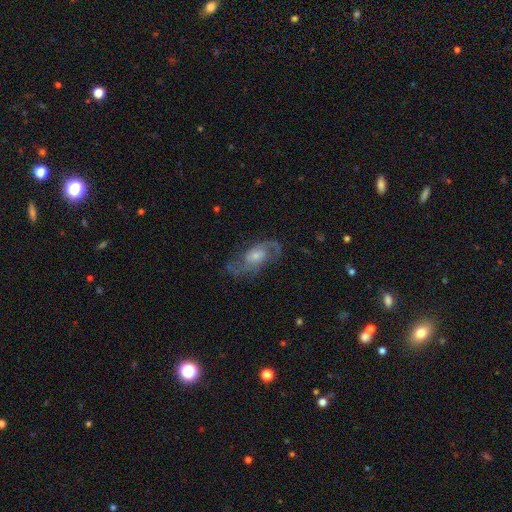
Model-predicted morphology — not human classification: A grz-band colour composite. It shows a featured or disk galaxy (82%) with no bar (60%), 2 (86%) medium (52%) spiral arms (95%) and a small central bulge (48%). Merging: none (72%).